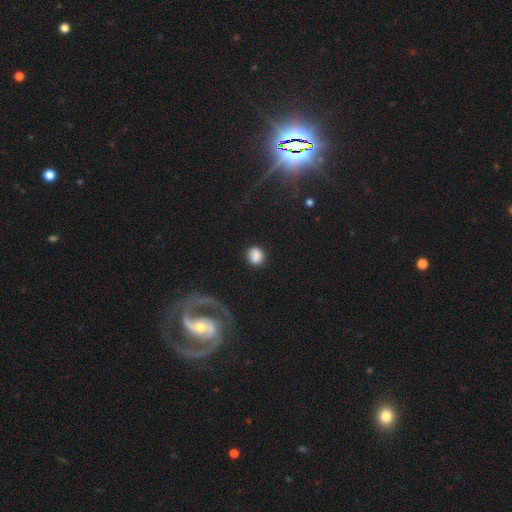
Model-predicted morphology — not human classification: Q: Smooth or featured?
A: smooth (84%); runner-up: star or artifact (9%)
Q: How rounded?
A: round (79%); runner-up: in between (20%)
Q: Merging?
A: none (82%); runner-up: minor disturbance (11%)